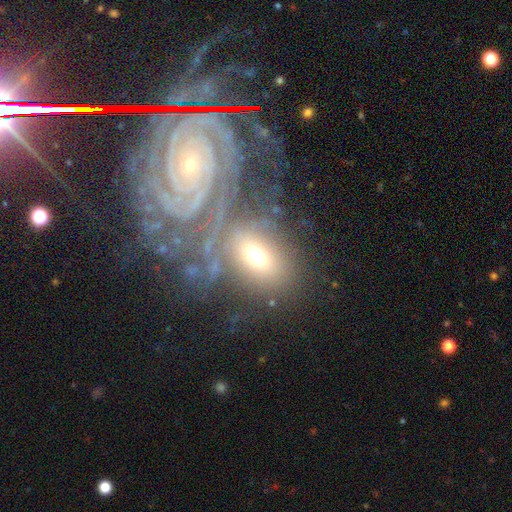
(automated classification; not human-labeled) This appears to be a smooth galaxy with no disk features (44%). Merging: none (55%).